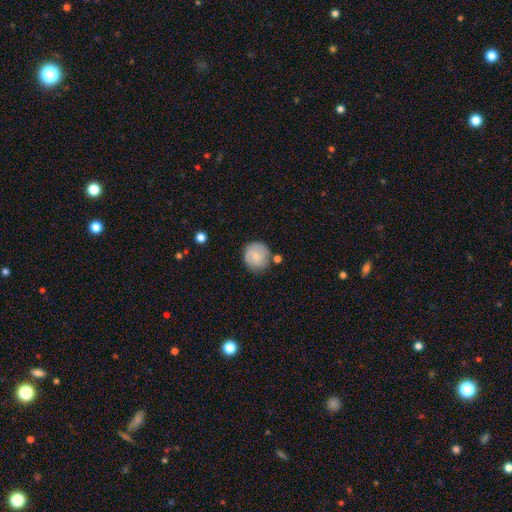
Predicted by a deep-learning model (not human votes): Smooth or featured? Predicted: smooth (p=0.63). How rounded? Predicted: round (p=0.90). Merging? Predicted: none (p=0.70).